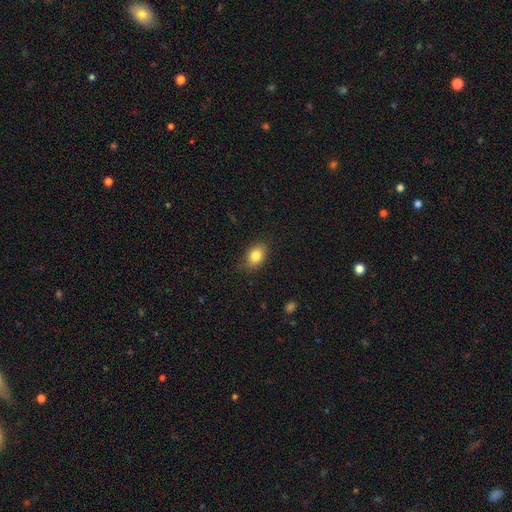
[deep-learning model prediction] Overall: smooth (83%). How rounded: in between (77%). Merging: none (82%).